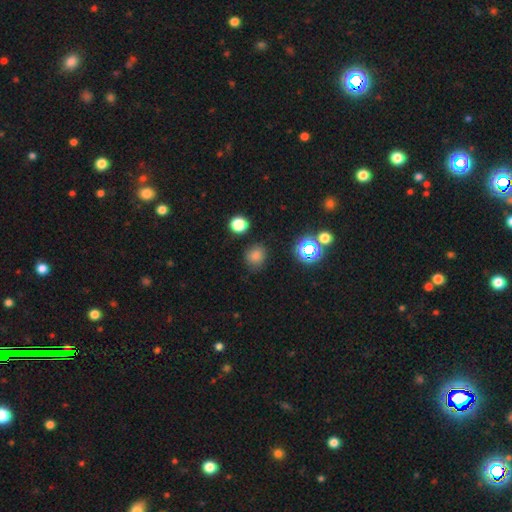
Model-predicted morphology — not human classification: Smooth or featured: smooth — 75% (star or artifact — 20%)
How rounded: round — 77% (in between — 22%)
Merging: none — 80% (minor disturbance — 13%)